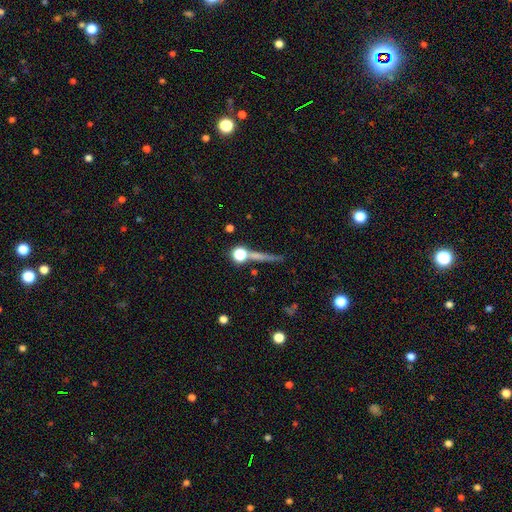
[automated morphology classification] Smooth or featured? smooth (49%)
Merging? none (71%)